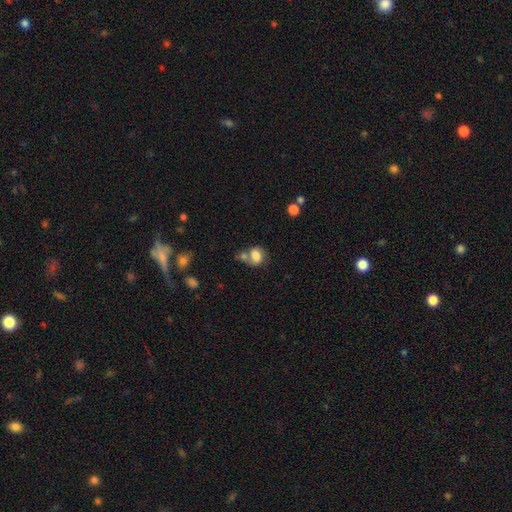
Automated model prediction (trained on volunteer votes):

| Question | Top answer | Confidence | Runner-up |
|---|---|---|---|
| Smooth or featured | smooth | 76% | featured or disk (14%) |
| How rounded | in between | 60% | round (39%) |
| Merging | merger | 41% | none (35%) |